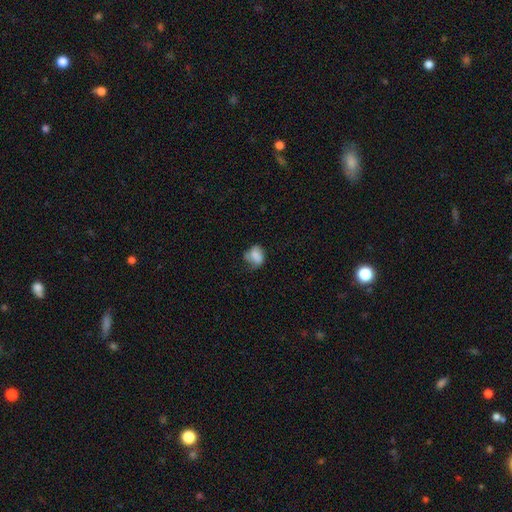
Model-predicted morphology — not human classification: This appears to be a smooth galaxy with no disk features (74%) that is in between round and cigar-shaped (52%). Merging: none (43%).